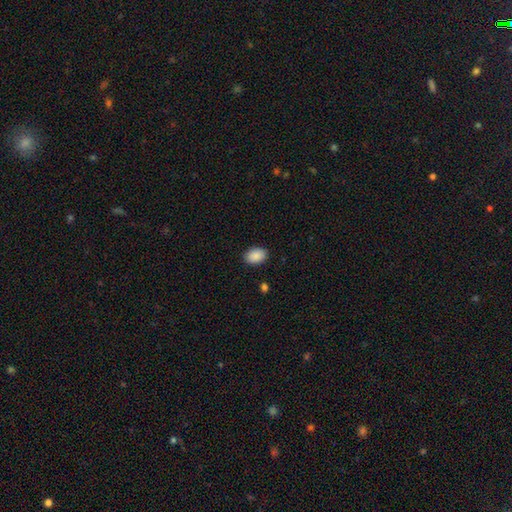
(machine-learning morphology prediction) Q: Smooth or featured?
A: smooth (89%); runner-up: star or artifact (7%)
Q: How rounded?
A: in between (84%); runner-up: round (15%)
Q: Merging?
A: none (89%); runner-up: minor disturbance (8%)